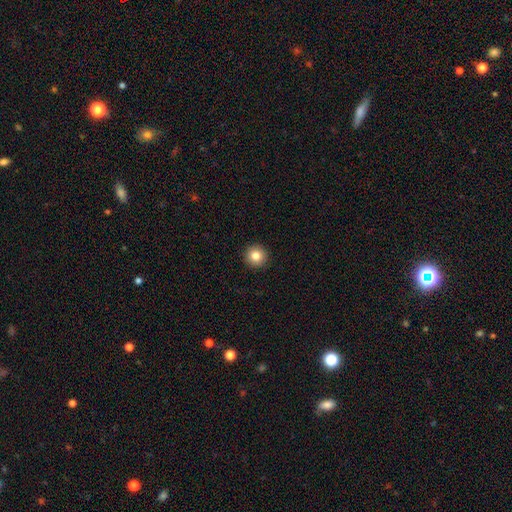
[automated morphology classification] The model was most divided on "smooth or featured": smooth: 83%, star or artifact: 10%, featured or disk: 7%. More confident: how rounded — round (96%); merging — none (94%).